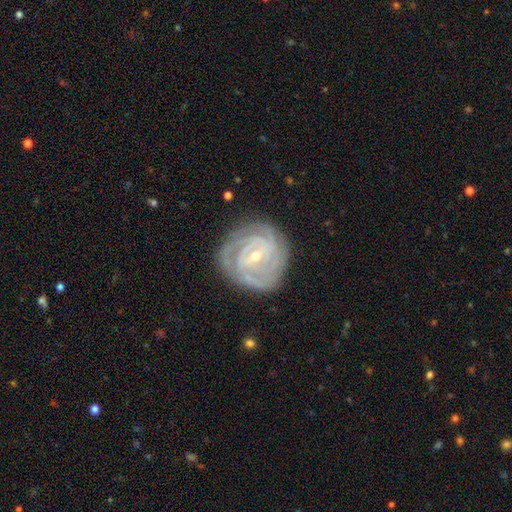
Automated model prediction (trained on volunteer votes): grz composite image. It shows a featured or disk galaxy (86%) with a weak bar (51%), tight (77%) spiral arms (96%) and a small central bulge (70%). Merging: none (78%).